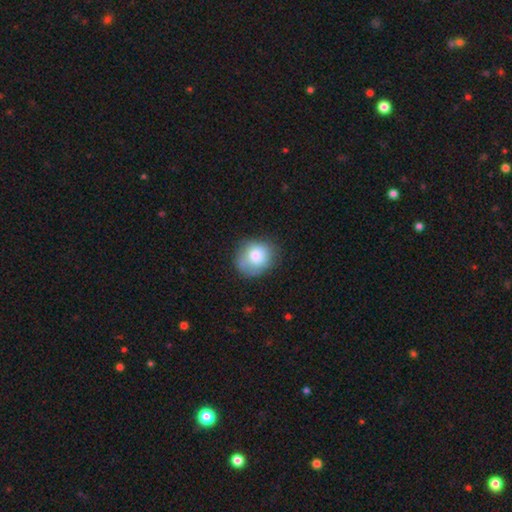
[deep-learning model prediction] smooth-or-featured: smooth: 76% | featured or disk: 16% | star or artifact: 8%
  how-rounded: round: 75% | in between: 25% | cigar-shaped: 1%
  merging: none: 70% | minor disturbance: 22% | major disturbance: 7% | merger: 2%